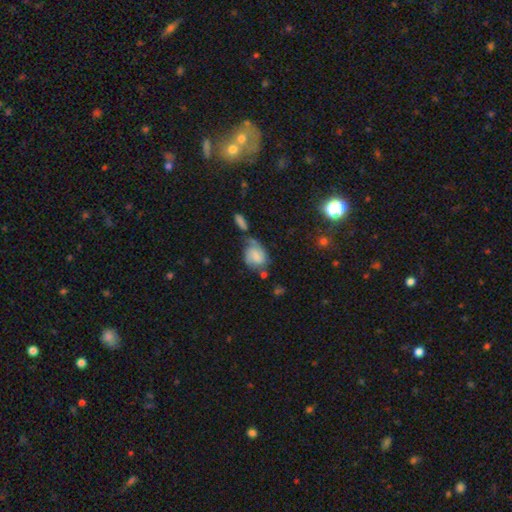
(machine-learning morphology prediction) A smooth galaxy with no disk features (57%) that is in between round and cigar-shaped (61%).

Vote fractions:
- Smooth or featured? smooth: 57% / featured or disk: 33% / star or artifact: 10%
- How rounded? in between: 61% / round: 37% / cigar-shaped: 2%
- Merging? none: 34% / merger: 27% / minor disturbance: 24% / major disturbance: 16%